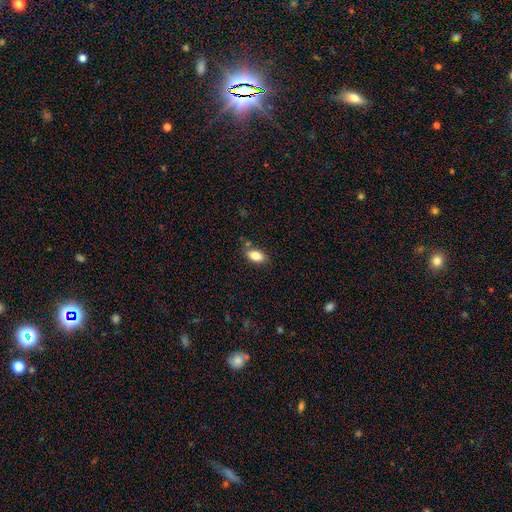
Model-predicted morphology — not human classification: Q: Smooth or featured?
A: smooth (83%); runner-up: featured or disk (9%)
Q: How rounded?
A: in between (90%); runner-up: round (6%)
Q: Merging?
A: none (78%); runner-up: minor disturbance (14%)